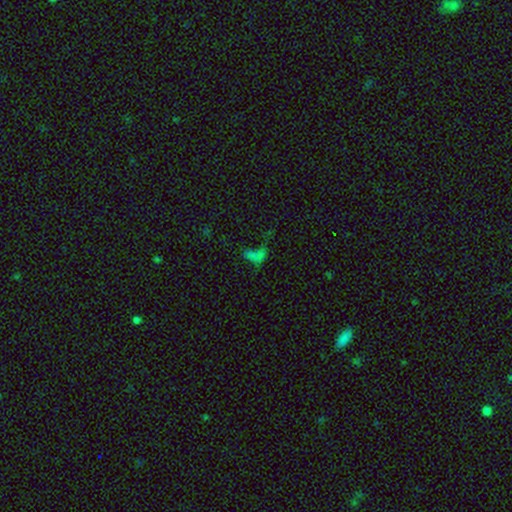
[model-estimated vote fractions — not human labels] Smooth or featured?
  - smooth: 49% *
  - star or artifact: 36%
  - featured or disk: 15%
Merging?
  - none: 31% *
  - major disturbance: 28%
  - merger: 27%
  - minor disturbance: 14%